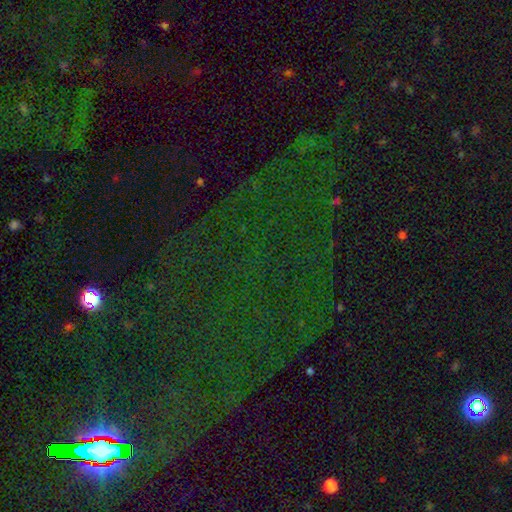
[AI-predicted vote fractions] This appears to be a star or artifact, not a galaxy (77%).